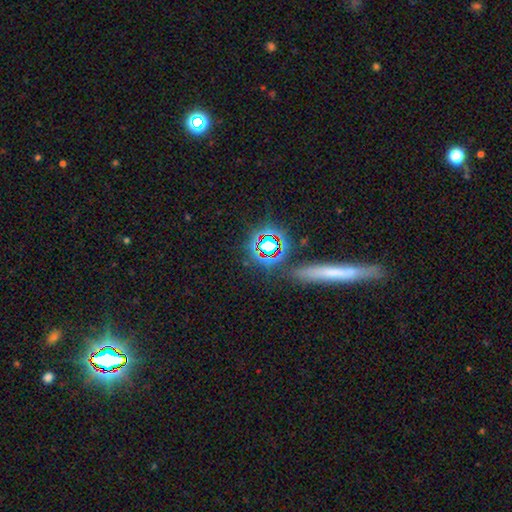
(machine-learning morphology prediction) star or artifact 43%, smooth 31%, featured or disk 26%.